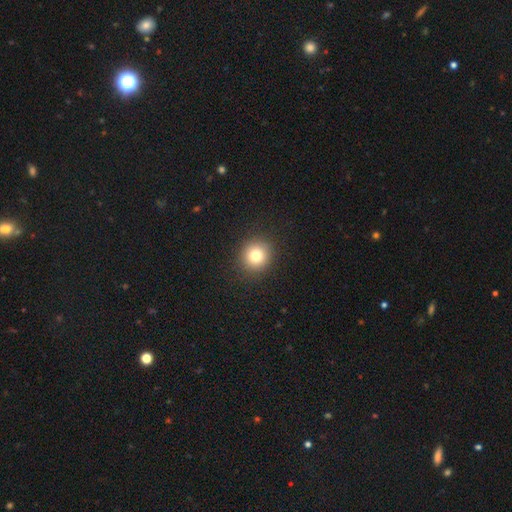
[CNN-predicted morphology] smooth_or_featured: smooth (p=0.80) [alt: star or artifact p=0.12]
how_rounded: round (p=0.87) [alt: in between p=0.12]
merging: none (p=0.90) [alt: minor disturbance p=0.06]